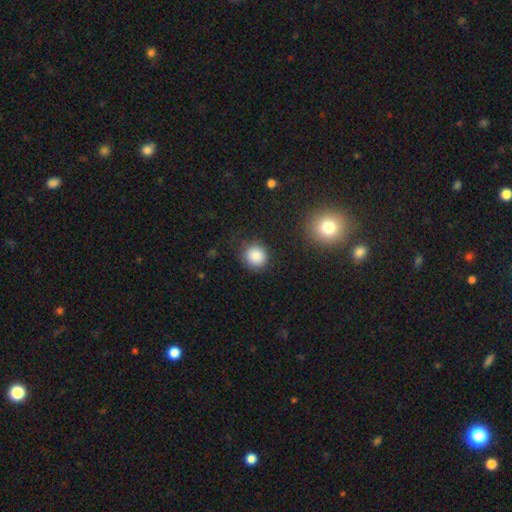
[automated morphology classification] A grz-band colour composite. It shows a smooth galaxy with no disk features (84%) that is round (90%). Merging: none (82%).